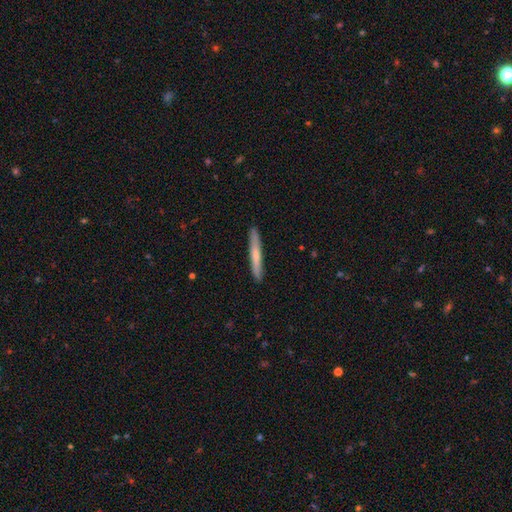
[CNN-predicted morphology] Smooth or featured? smooth (60%)
How rounded? cigar-shaped (96%)
Merging? none (91%)